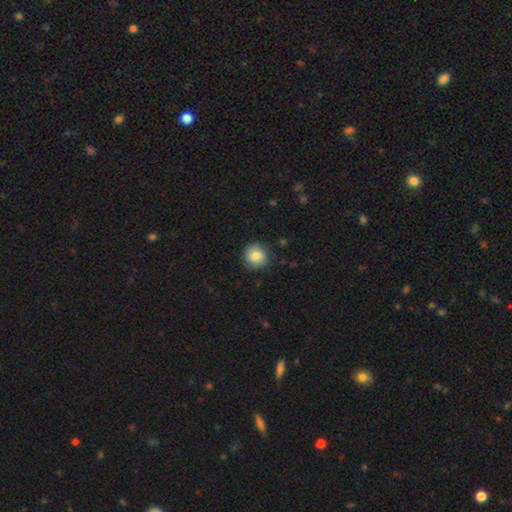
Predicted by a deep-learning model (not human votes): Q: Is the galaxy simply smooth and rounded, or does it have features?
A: smooth — 82%.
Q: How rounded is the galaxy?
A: round — 90%.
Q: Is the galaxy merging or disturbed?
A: none — 85%.